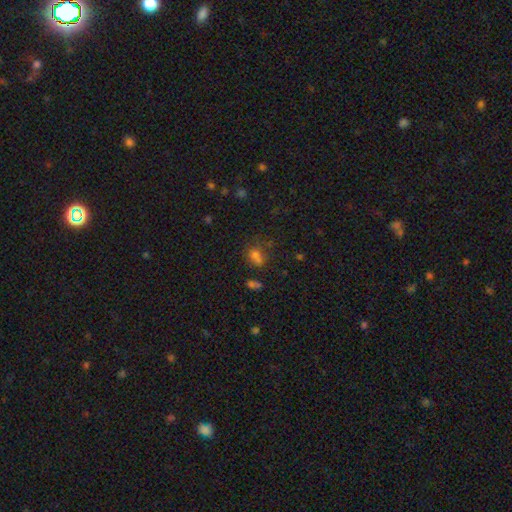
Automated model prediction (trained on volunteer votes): smooth-or-featured: smooth: 65% | star or artifact: 23% | featured or disk: 12%
  how-rounded: round: 66% | in between: 33% | cigar-shaped: 1%
  merging: none: 45% | merger: 34% | minor disturbance: 14% | major disturbance: 7%